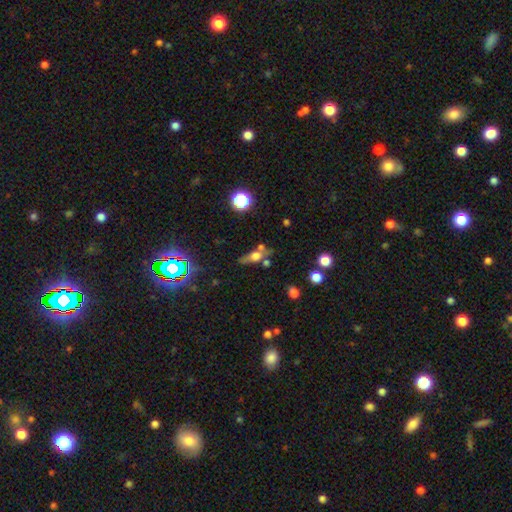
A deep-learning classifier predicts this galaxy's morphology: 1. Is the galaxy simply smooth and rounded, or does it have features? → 46% smooth, 39% featured or disk, 16% star or artifact.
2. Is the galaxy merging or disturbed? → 50% none, 21% merger, 19% minor disturbance, 10% major disturbance.